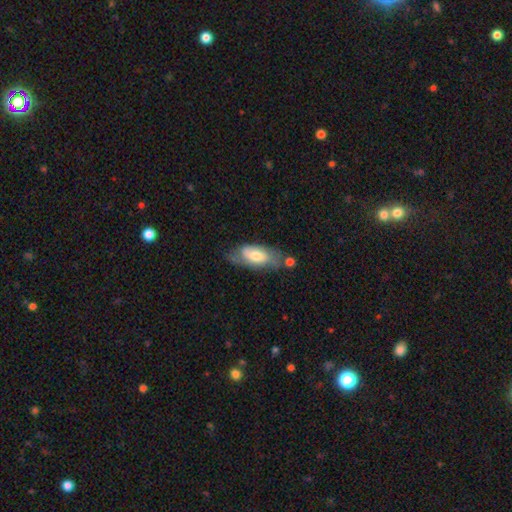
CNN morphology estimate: Smooth or featured: smooth — 52% (featured or disk — 41%)
How rounded: in between — 83% (cigar-shaped — 14%)
Merging: none — 53% (minor disturbance — 27%)